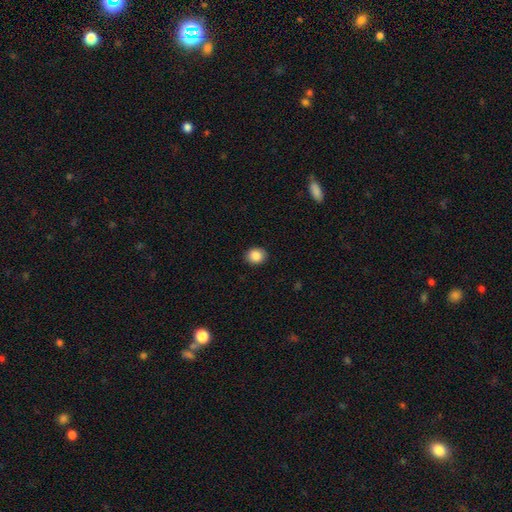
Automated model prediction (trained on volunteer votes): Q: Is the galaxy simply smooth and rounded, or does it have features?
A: smooth — 87%.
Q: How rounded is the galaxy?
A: round — 61%.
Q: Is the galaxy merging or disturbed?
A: none — 90%.